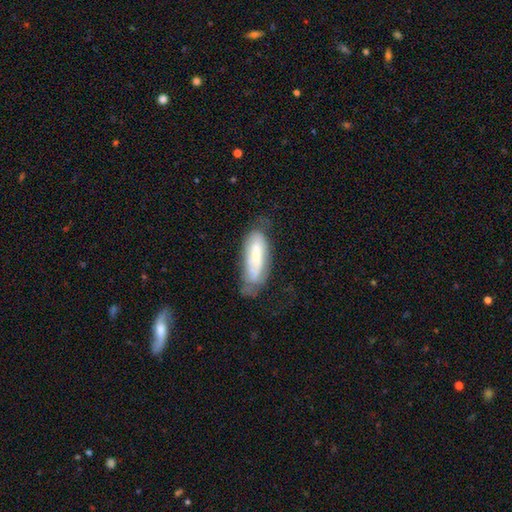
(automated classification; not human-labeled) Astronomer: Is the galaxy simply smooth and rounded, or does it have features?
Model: featured or disk — 46%, tied with smooth at 46%.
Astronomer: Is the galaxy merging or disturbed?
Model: none — 55%.